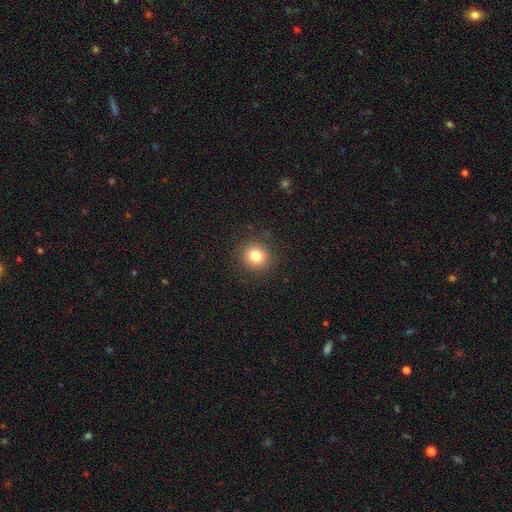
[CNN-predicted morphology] smooth 81%, star or artifact 12%, featured or disk 7%. Down the decision tree: how rounded — round (88%); merging — none (89%).